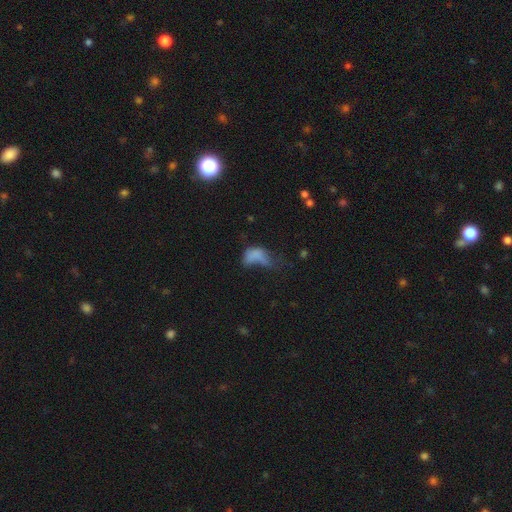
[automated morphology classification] smooth_or_featured: smooth (p=0.63) [alt: featured or disk p=0.22]
how_rounded: in between (p=0.86) [alt: round p=0.10]
merging: major disturbance (p=0.55) [alt: minor disturbance p=0.18]